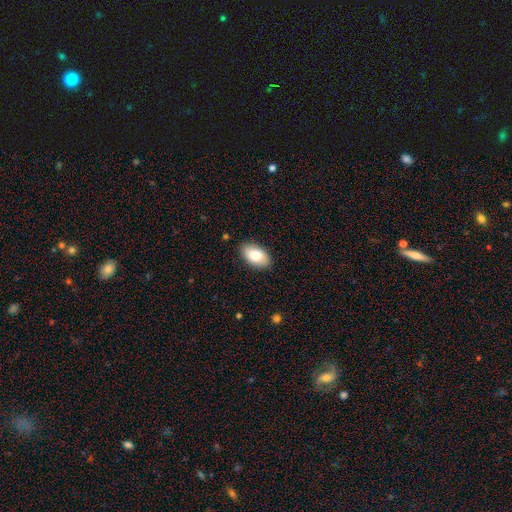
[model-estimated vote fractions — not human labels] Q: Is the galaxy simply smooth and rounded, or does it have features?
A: smooth — 82%.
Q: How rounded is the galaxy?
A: in between — 94%.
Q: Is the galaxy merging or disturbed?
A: none — 86%.